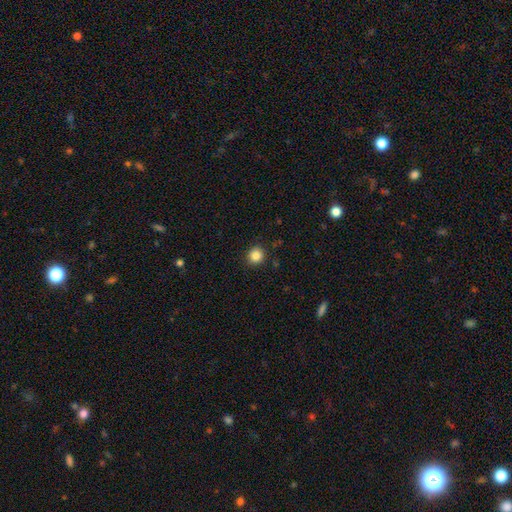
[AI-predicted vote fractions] Smooth or featured: smooth — 85% (star or artifact — 11%)
How rounded: round — 90% (in between — 9%)
Merging: none — 90% (minor disturbance — 6%)